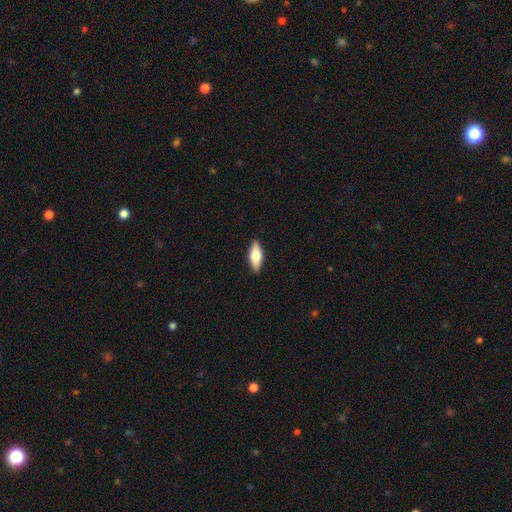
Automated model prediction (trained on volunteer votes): Smooth or featured?
  - smooth: 64% *
  - featured or disk: 30%
  - star or artifact: 6%
How rounded?
  - in between: 71% *
  - cigar-shaped: 26%
  - round: 3%
Merging?
  - none: 89% *
  - minor disturbance: 9%
  - major disturbance: 2%
  - merger: 1%